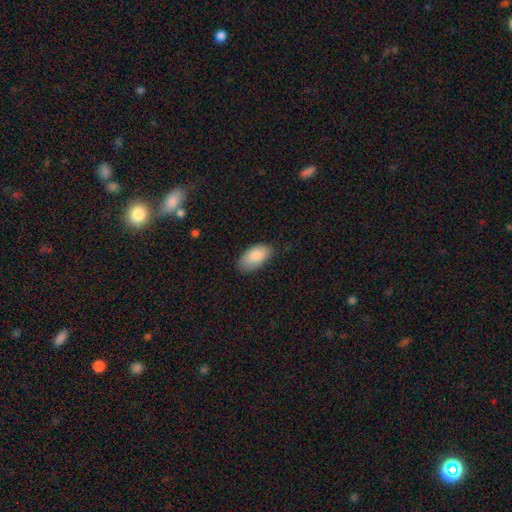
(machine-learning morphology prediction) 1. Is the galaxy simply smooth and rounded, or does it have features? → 87% smooth, 7% featured or disk, 6% star or artifact.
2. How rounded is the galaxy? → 95% in between, 3% cigar-shaped, 2% round.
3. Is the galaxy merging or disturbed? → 78% none, 18% minor disturbance, 3% major disturbance, 1% merger.